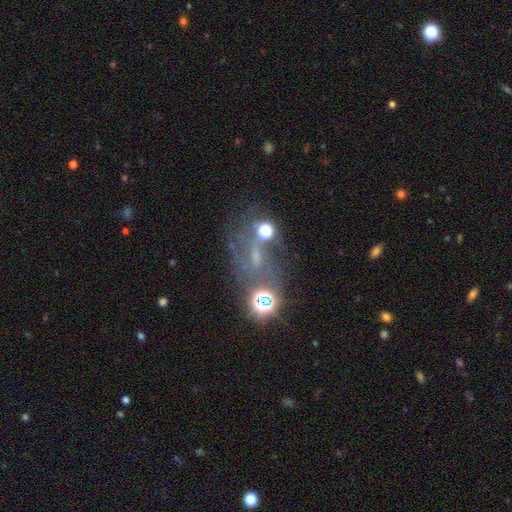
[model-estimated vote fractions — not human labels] This appears to be a featured or disk galaxy (49%). Merging: none (55%).